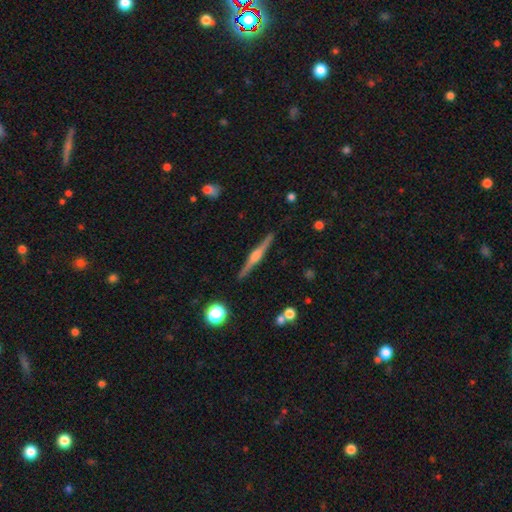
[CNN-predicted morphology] A featured or disk galaxy (80%) viewed edge-on (98%) with a rounded central bulge (85%).

Vote fractions:
- Smooth or featured? featured or disk: 80% / smooth: 14% / star or artifact: 6%
- Edge-on disk? yes: 98% / no: 2%
- Edge-on bulge? rounded: 85% / boxy: 10% / none: 5%
- Merging? none: 91% / minor disturbance: 6% / merger: 1% / major disturbance: 1%